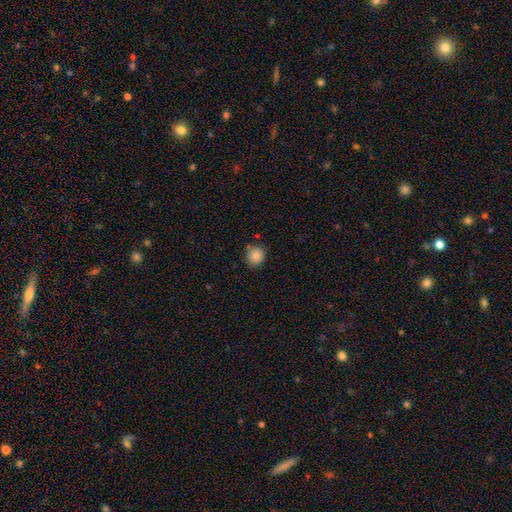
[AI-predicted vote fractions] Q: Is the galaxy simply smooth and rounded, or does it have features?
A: smooth — 87%.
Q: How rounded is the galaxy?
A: round — 84%.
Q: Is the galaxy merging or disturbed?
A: none — 82%.